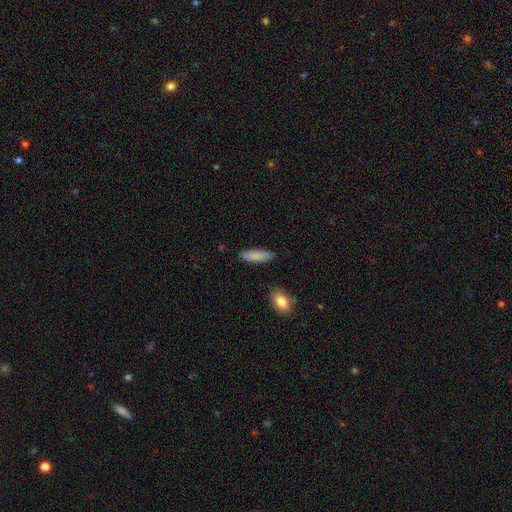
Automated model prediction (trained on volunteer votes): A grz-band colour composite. It shows a smooth galaxy with no disk features (86%) that is in between round and cigar-shaped (53%). Merging: none (84%).